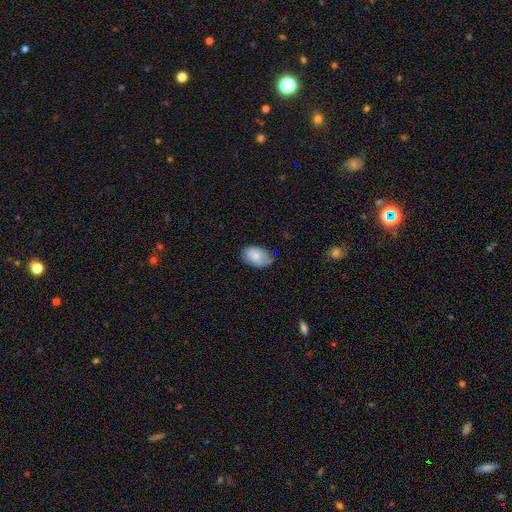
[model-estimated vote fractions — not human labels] Q: Smooth or featured?
A: smooth (82%); runner-up: featured or disk (11%)
Q: How rounded?
A: in between (90%); runner-up: round (9%)
Q: Merging?
A: none (67%); runner-up: minor disturbance (27%)